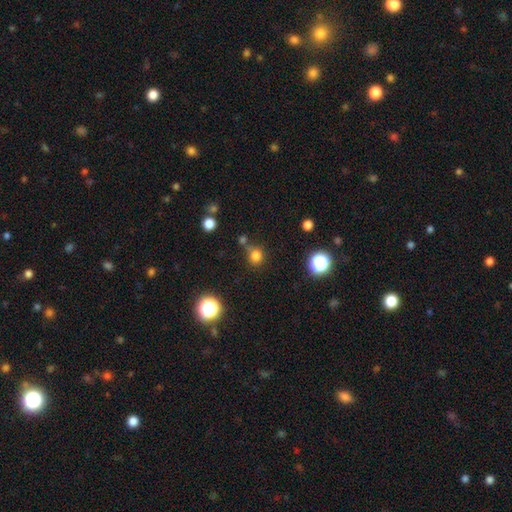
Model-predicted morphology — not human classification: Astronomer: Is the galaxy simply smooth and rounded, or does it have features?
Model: smooth — 77%.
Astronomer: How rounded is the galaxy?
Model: round — 89%.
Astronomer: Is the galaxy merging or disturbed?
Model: none — 70%.